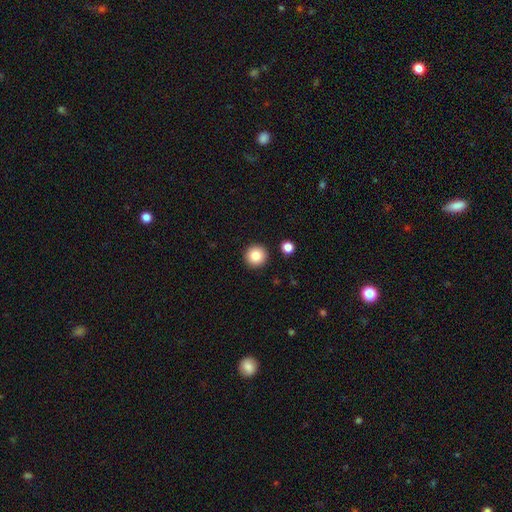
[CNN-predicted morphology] This is clearly a smooth galaxy (84%). How rounded: clearly round (96%). Merging: clearly none (92%).